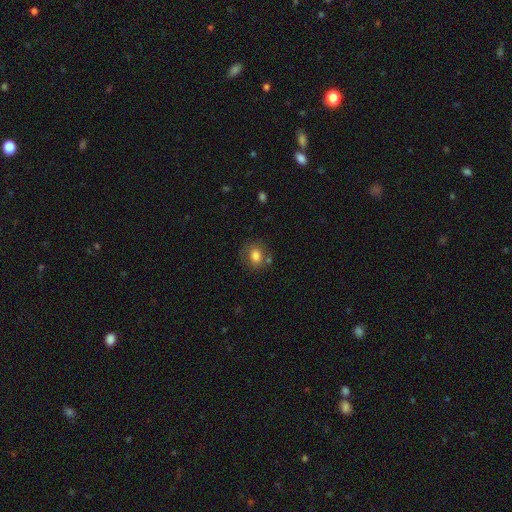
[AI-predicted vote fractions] Smooth or featured: smooth — 77% (featured or disk — 14%)
How rounded: round — 64% (in between — 35%)
Merging: none — 71% (minor disturbance — 15%)